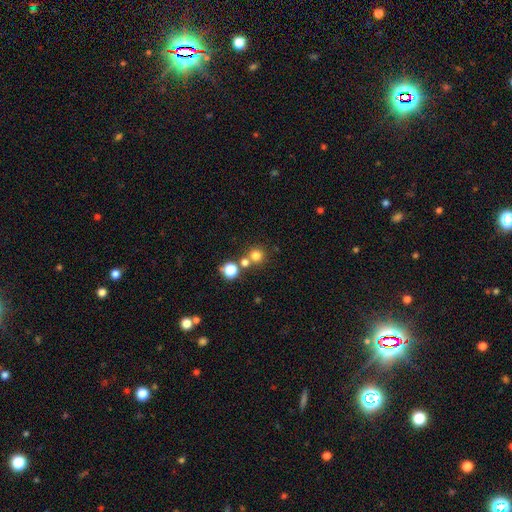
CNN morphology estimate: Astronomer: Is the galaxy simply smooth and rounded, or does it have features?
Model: smooth — 76%.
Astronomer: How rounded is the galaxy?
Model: round — 92%.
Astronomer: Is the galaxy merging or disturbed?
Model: none — 65%.